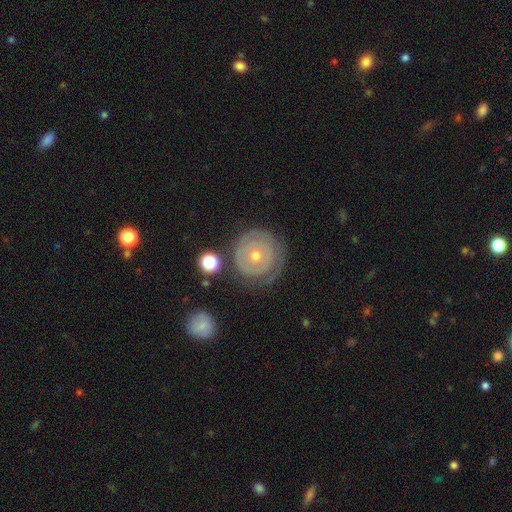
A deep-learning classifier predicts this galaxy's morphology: A featured or disk galaxy (69%) with no bar (87%), spiral arms (70%) and a small central bulge (59%). Merging: none (73%).